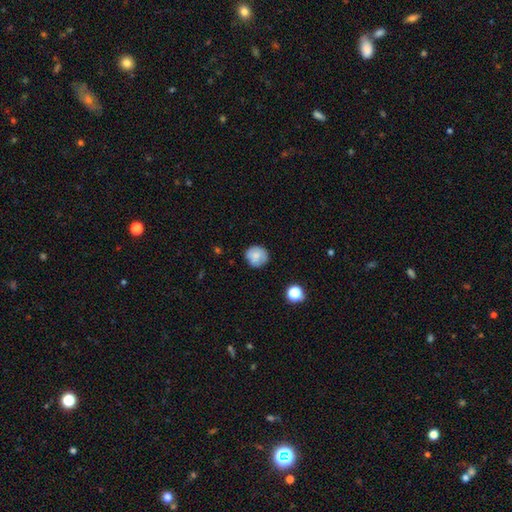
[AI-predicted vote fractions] smooth_or_featured: smooth (p=0.78) [alt: featured or disk p=0.13]
how_rounded: round (p=0.88) [alt: in between p=0.11]
merging: none (p=0.79) [alt: minor disturbance p=0.16]